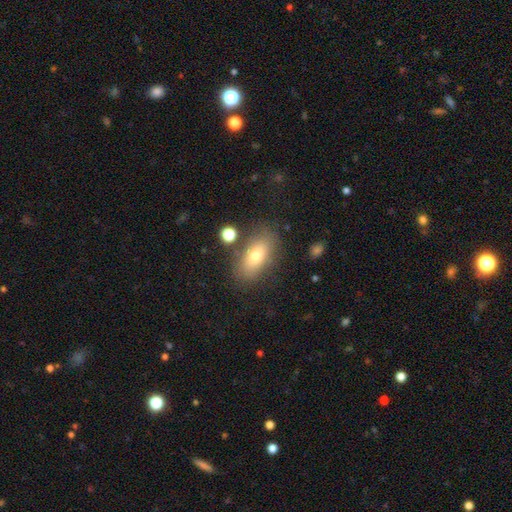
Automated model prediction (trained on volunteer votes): smooth 72%, featured or disk 19%, star or artifact 9%. Down the decision tree: how rounded — in between (86%); merging — none (77%).